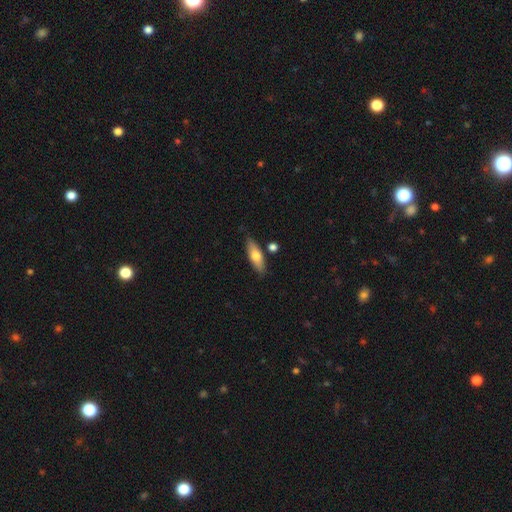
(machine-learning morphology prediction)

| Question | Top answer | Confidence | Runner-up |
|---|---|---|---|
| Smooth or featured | smooth | 67% | featured or disk (27%) |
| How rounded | in between | 56% | cigar-shaped (41%) |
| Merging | none | 81% | minor disturbance (12%) |